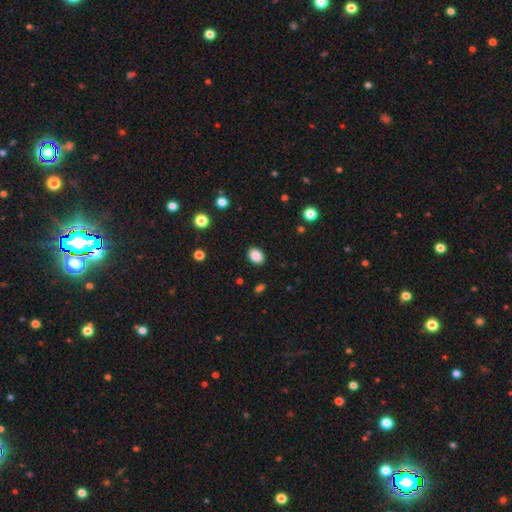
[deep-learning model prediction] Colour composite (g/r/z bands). It shows a smooth galaxy with no disk features (88%) that is in between round and cigar-shaped (68%). Merging: none (89%).